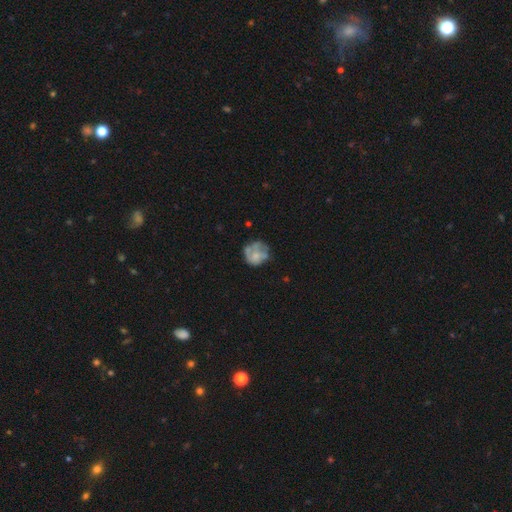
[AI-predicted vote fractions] featured or disk 46%, smooth 45%, star or artifact 9%. Down the decision tree: merging — none (49%).